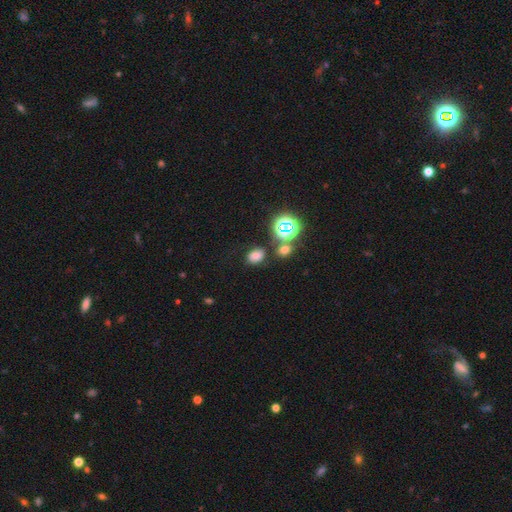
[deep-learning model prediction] smooth-or-featured: smooth: 63% | star or artifact: 27% | featured or disk: 11%
  how-rounded: in between: 64% | round: 35% | cigar-shaped: 1%
  merging: none: 69% | minor disturbance: 15% | merger: 9% | major disturbance: 6%